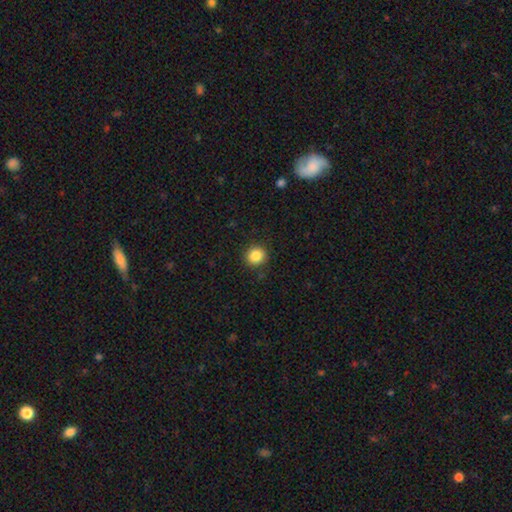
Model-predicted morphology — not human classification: type=smooth (86%); roundness=round (91%); merging=none (89%).